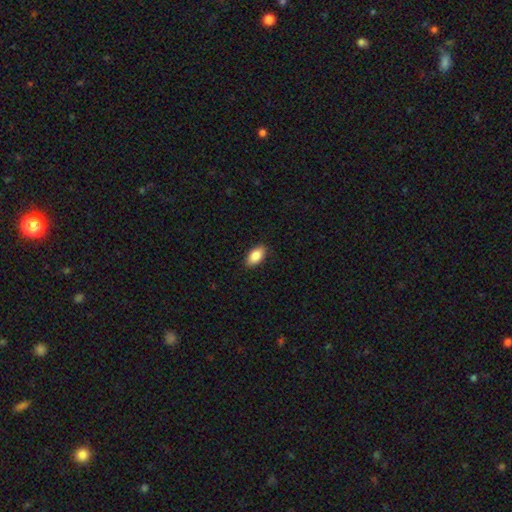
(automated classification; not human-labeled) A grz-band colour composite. It shows a smooth galaxy with no disk features (86%) that is in between round and cigar-shaped (92%). Merging: none (88%).